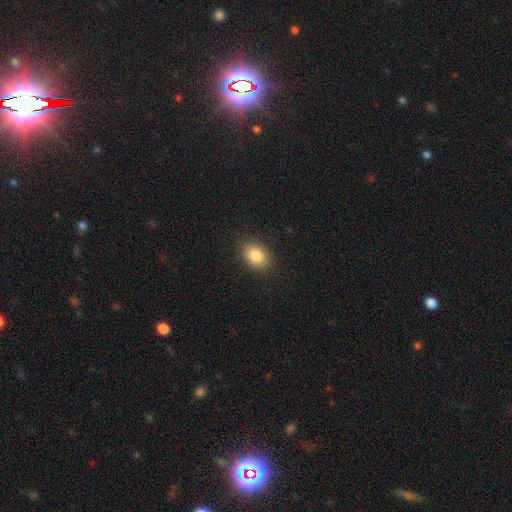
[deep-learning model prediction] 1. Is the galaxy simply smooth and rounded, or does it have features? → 85% smooth, 8% star or artifact, 7% featured or disk.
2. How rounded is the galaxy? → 79% in between, 20% round, 1% cigar-shaped.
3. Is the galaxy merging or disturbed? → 88% none, 9% minor disturbance, 2% major disturbance, 1% merger.